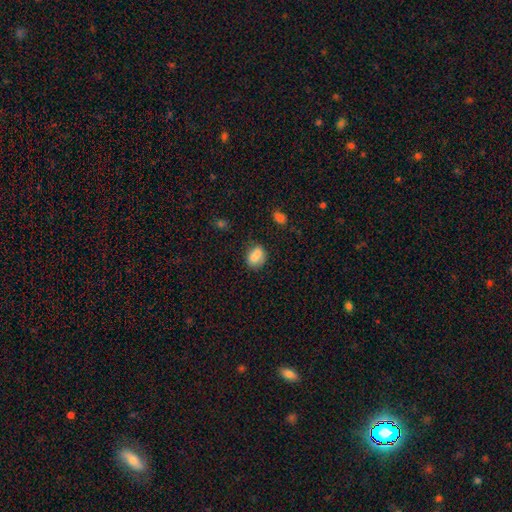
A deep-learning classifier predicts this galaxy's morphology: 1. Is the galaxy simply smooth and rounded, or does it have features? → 75% smooth, 15% featured or disk, 9% star or artifact.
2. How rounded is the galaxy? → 52% in between, 46% round, 2% cigar-shaped.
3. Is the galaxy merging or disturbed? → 50% none, 29% merger, 16% minor disturbance, 5% major disturbance.